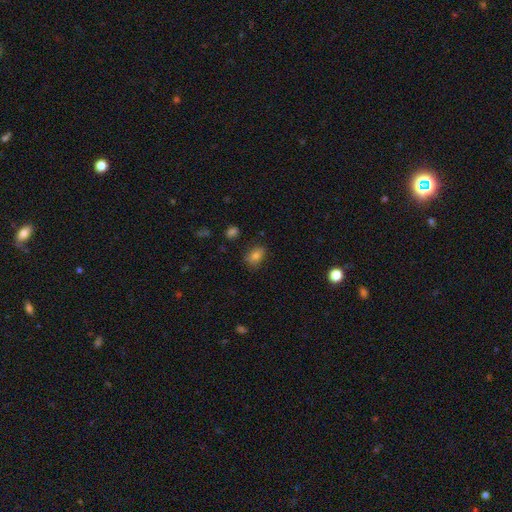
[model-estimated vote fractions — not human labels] smooth 78%, star or artifact 11%, featured or disk 10%. Down the decision tree: how rounded — in between (73%); merging — none (79%).